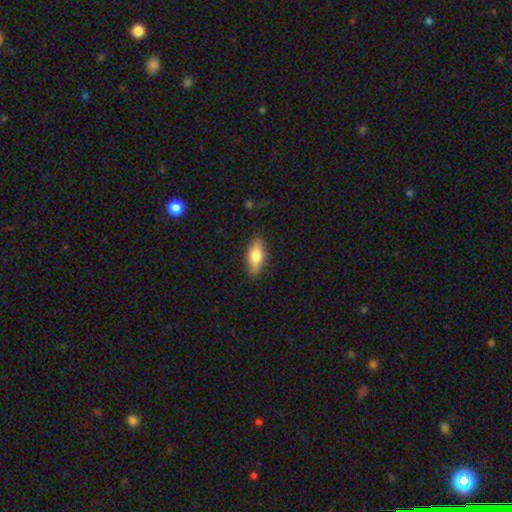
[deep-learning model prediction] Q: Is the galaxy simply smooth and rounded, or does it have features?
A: smooth — 70%.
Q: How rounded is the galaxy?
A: in between — 71%.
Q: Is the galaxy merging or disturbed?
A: none — 86%.